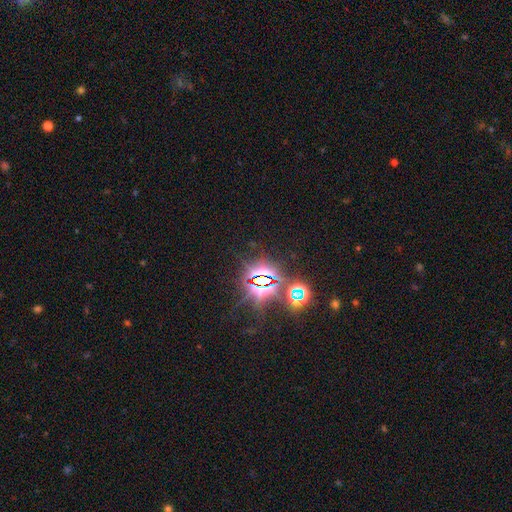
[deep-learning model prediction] star or artifact 81%, smooth 12%, featured or disk 7%.